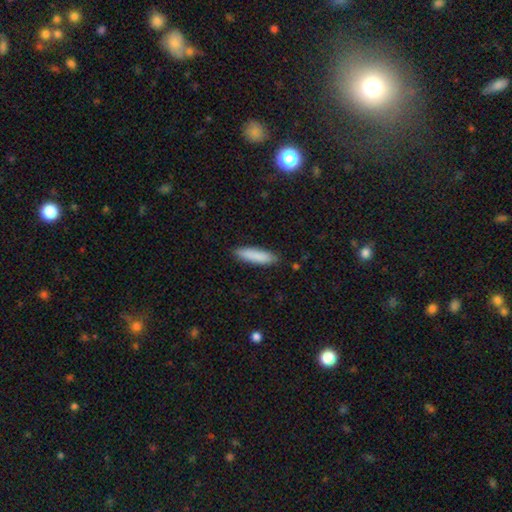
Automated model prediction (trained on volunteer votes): Smooth or featured?
  - smooth: 86% *
  - featured or disk: 8%
  - star or artifact: 6%
How rounded?
  - cigar-shaped: 74% *
  - in between: 25%
  - round: 1%
Merging?
  - none: 88% *
  - minor disturbance: 9%
  - major disturbance: 2%
  - merger: 1%